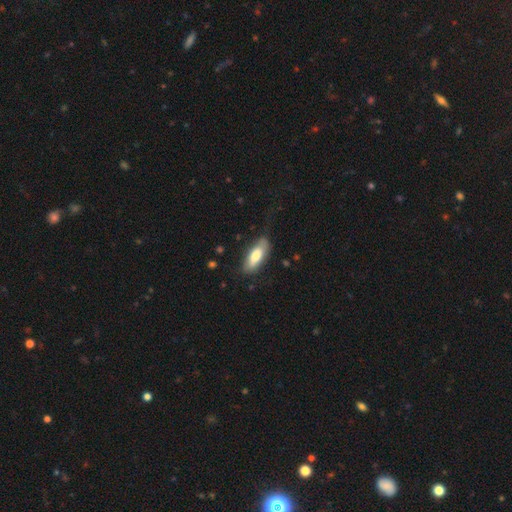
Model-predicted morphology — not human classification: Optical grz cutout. It shows a smooth galaxy with no disk features (73%) that is in between round and cigar-shaped (73%). Merging: none (72%).